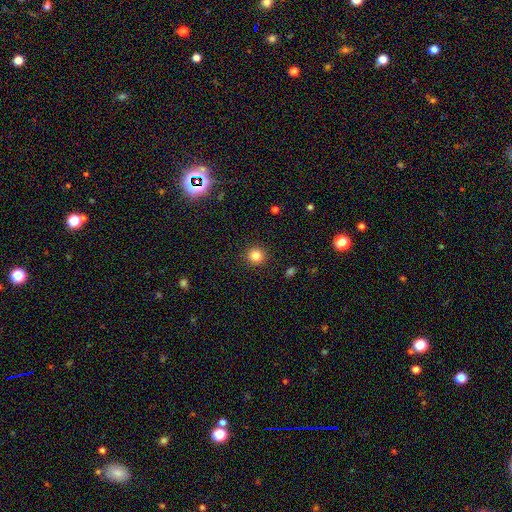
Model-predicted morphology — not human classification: The model was most divided on "smooth or featured": smooth: 84%, star or artifact: 12%, featured or disk: 5%. More confident: how rounded — round (94%); merging — none (91%).